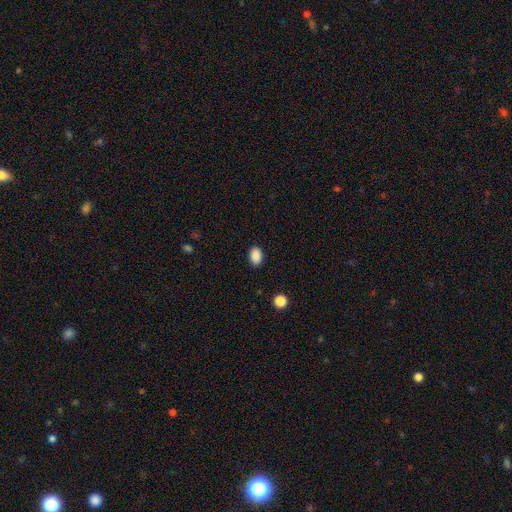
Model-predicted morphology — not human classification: Smooth or featured?
  - smooth: 89% *
  - star or artifact: 9%
  - featured or disk: 3%
How rounded?
  - in between: 82% *
  - round: 17%
  - cigar-shaped: 1%
Merging?
  - none: 88% *
  - minor disturbance: 8%
  - major disturbance: 2%
  - merger: 1%